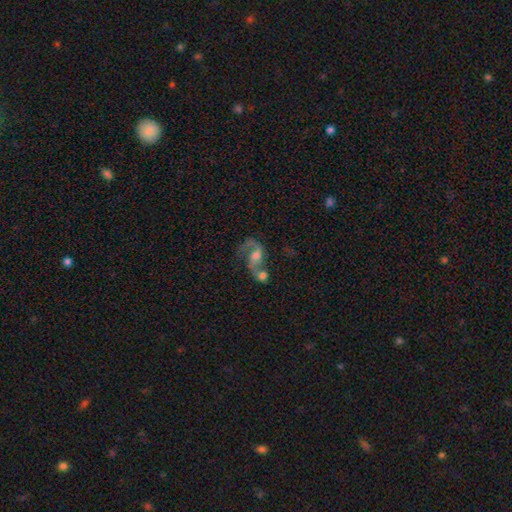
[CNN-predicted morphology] smooth-or-featured: featured or disk: 72% | smooth: 18% | star or artifact: 10%
  disk-edge-on: no: 97% | yes: 3%
    bar: no: 56% | weak: 35% | strong: 10%
    has-spiral-arms: yes: 89% | no: 11%
      spiral-winding: loose: 60% | medium: 33% | tight: 7%
      spiral-arm-count: 2: 75% | 1: 18% | can't tell: 4% | 3: 1% | 4: 1% | more than 4: 1%
    bulge-size: moderate: 46% | large: 22% | small: 19% | none: 10% | dominant: 3%
  merging: merger: 48% | none: 25% | major disturbance: 16% | minor disturbance: 10%